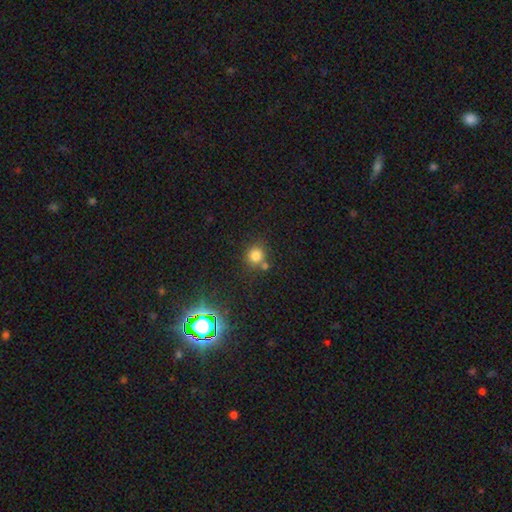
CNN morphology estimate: smooth_or_featured: smooth (p=0.78) [alt: star or artifact p=0.16]
how_rounded: round (p=0.90) [alt: in between p=0.09]
merging: none (p=0.68) [alt: merger p=0.18]